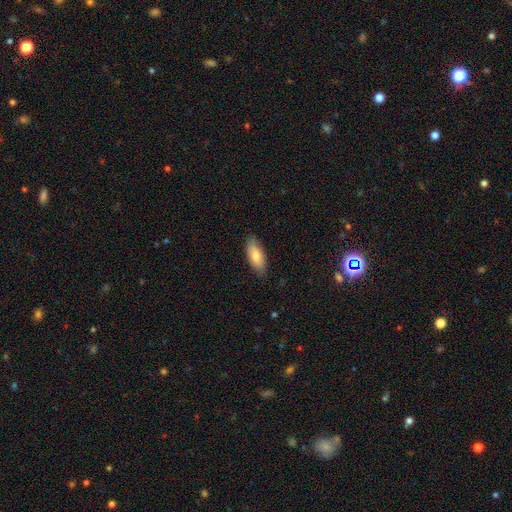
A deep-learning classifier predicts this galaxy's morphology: A smooth galaxy with no disk features (77%) that is in between round and cigar-shaped (83%).

Vote fractions:
- Smooth or featured? smooth: 77% / featured or disk: 18% / star or artifact: 6%
- How rounded? in between: 83% / cigar-shaped: 15% / round: 2%
- Merging? none: 82% / minor disturbance: 15% / major disturbance: 2% / merger: 1%